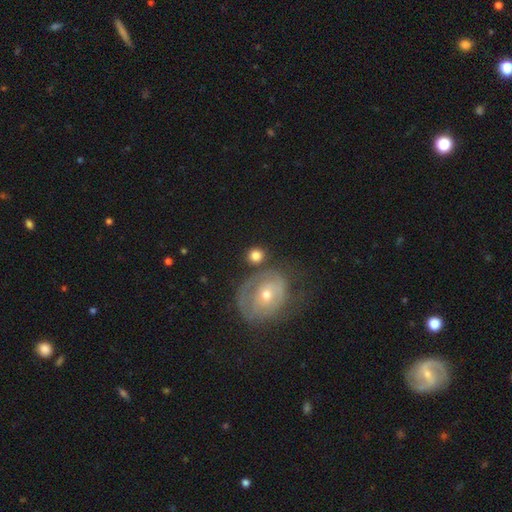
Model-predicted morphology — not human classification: smooth_or_featured: smooth (p=0.77) [alt: featured or disk p=0.16]
how_rounded: round (p=0.81) [alt: in between p=0.18]
merging: none (p=0.69) [alt: merger p=0.13]